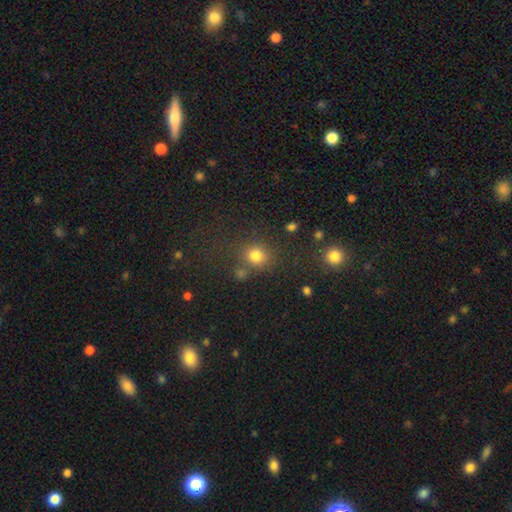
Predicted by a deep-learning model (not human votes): smooth 79%, star or artifact 15%, featured or disk 6%. Down the decision tree: how rounded — round (82%); merging — none (71%).